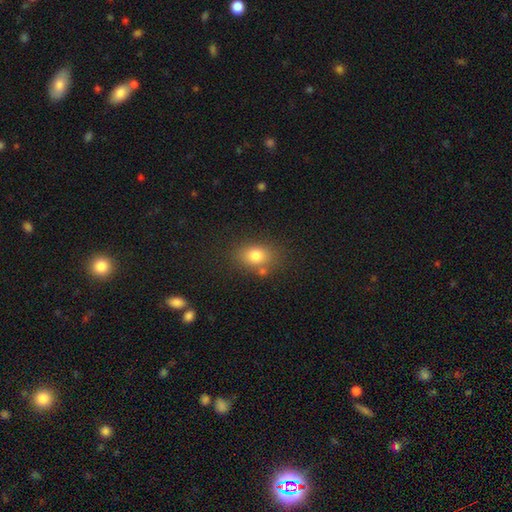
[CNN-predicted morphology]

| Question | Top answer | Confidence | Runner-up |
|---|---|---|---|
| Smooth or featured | smooth | 79% | star or artifact (11%) |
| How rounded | in between | 66% | round (33%) |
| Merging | none | 72% | minor disturbance (14%) |